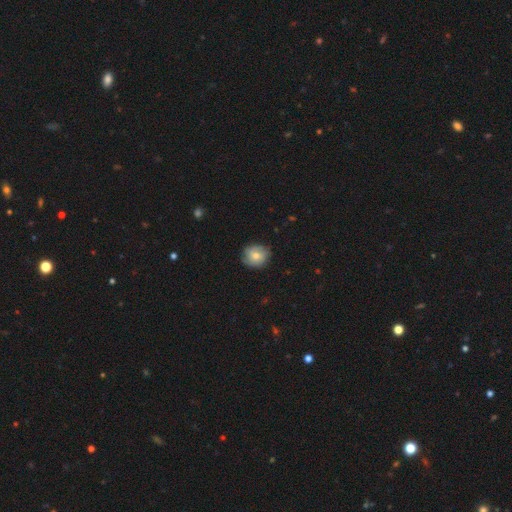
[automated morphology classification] The model was most divided on "smooth or featured": smooth: 58%, featured or disk: 35%, star or artifact: 8%. More confident: how rounded — round (78%); merging — none (77%).